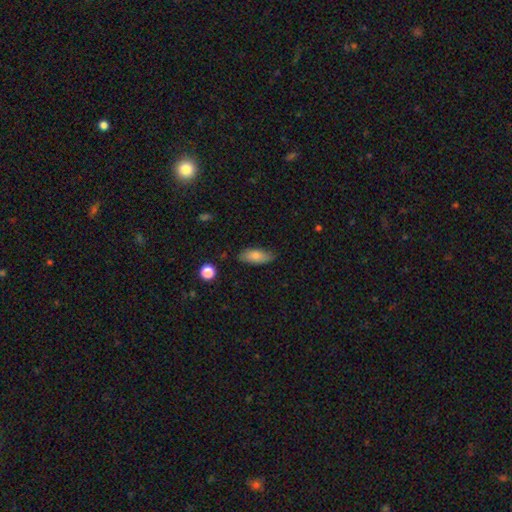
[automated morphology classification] type=smooth (81%); roundness=in between (81%); merging=none (80%).